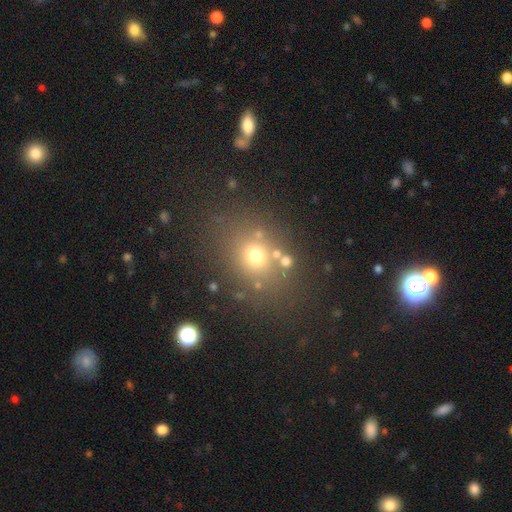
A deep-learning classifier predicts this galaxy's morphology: Smooth or featured? smooth (65%)
How rounded? round (64%)
Merging? none (75%)